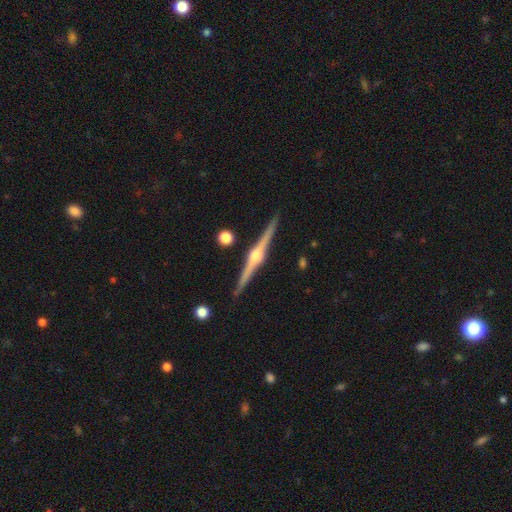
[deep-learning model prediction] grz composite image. It shows a featured or disk galaxy (88%) viewed edge-on (99%) with a rounded central bulge (94%). Merging: none (92%).